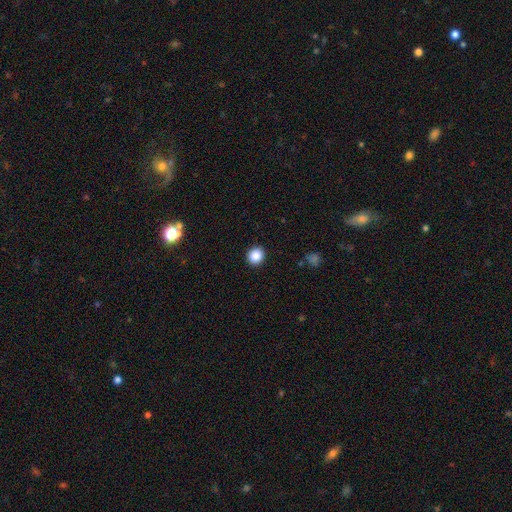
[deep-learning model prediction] Smooth or featured? Predicted: smooth (p=0.87). How rounded? Predicted: round (p=0.85). Merging? Predicted: none (p=0.92).